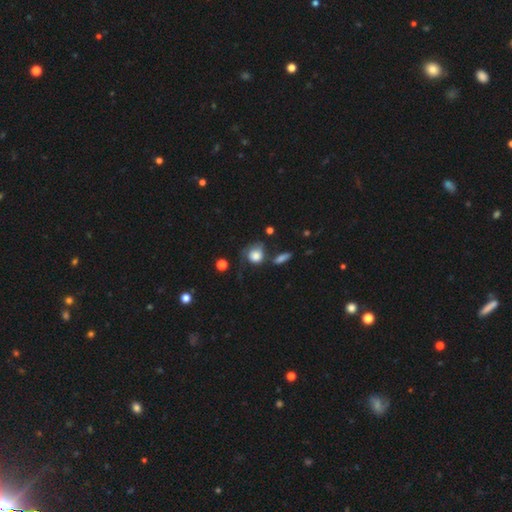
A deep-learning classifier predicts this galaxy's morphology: Smooth or featured? Predicted: smooth (p=0.71). How rounded? Predicted: round (p=0.73). Merging? Predicted: none (p=0.39).